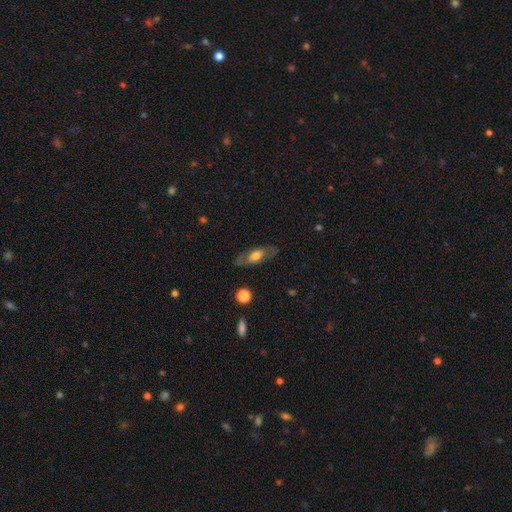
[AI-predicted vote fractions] Smooth or featured?
  - smooth: 48% *
  - featured or disk: 45%
  - star or artifact: 7%
Merging?
  - none: 78% *
  - minor disturbance: 14%
  - major disturbance: 6%
  - merger: 2%